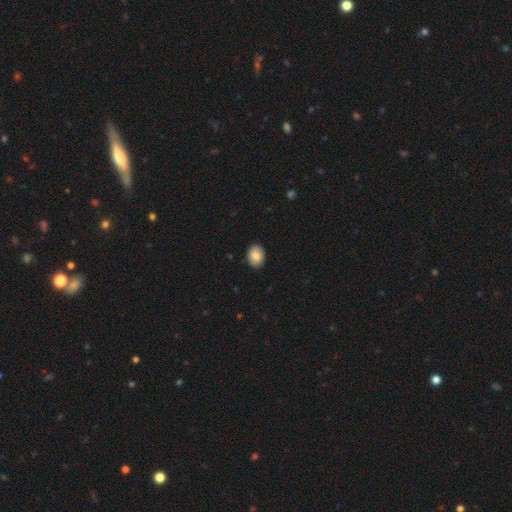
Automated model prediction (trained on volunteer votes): A smooth galaxy with no disk features (83%) that is in between round and cigar-shaped (56%). Merging: none (90%).